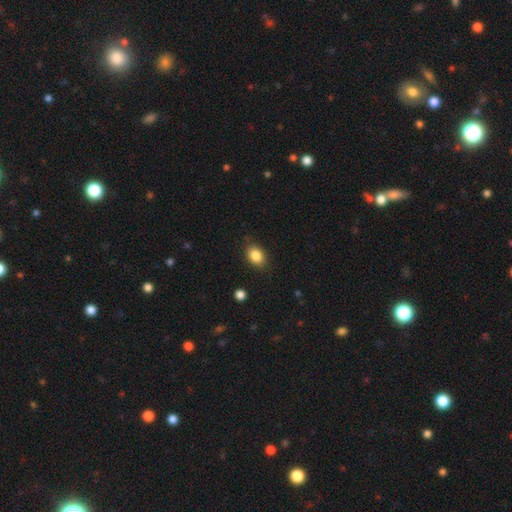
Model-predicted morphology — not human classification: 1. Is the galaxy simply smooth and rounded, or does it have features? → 85% smooth, 9% star or artifact, 6% featured or disk.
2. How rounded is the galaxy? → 69% in between, 30% round, 1% cigar-shaped.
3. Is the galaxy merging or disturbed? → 84% none, 12% minor disturbance, 3% major disturbance, 1% merger.